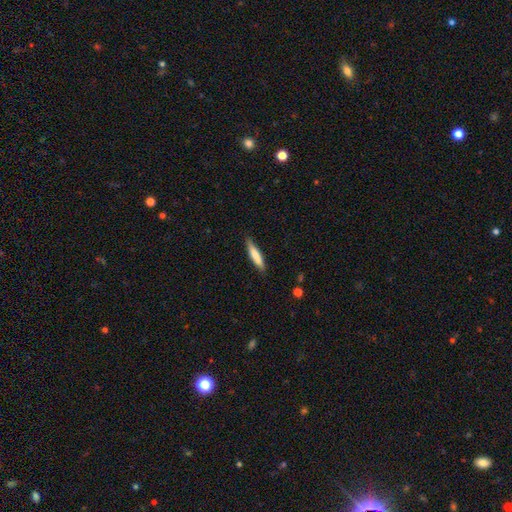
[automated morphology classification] Smooth or featured?
  - smooth: 75% *
  - featured or disk: 20%
  - star or artifact: 5%
How rounded?
  - cigar-shaped: 87% *
  - in between: 11%
  - round: 1%
Merging?
  - none: 87% *
  - minor disturbance: 10%
  - major disturbance: 2%
  - merger: 1%